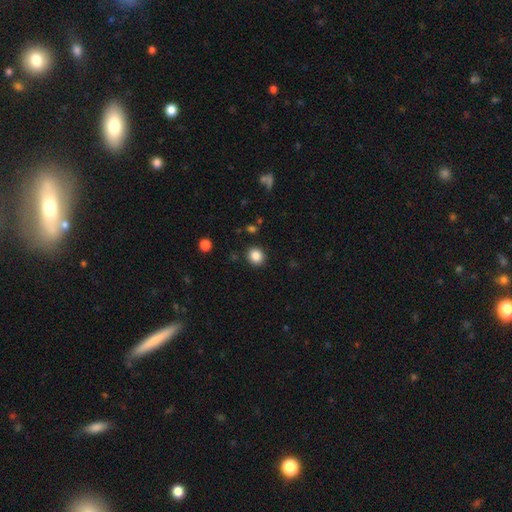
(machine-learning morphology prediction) Smooth or featured? smooth (86%)
How rounded? round (79%)
Merging? none (90%)